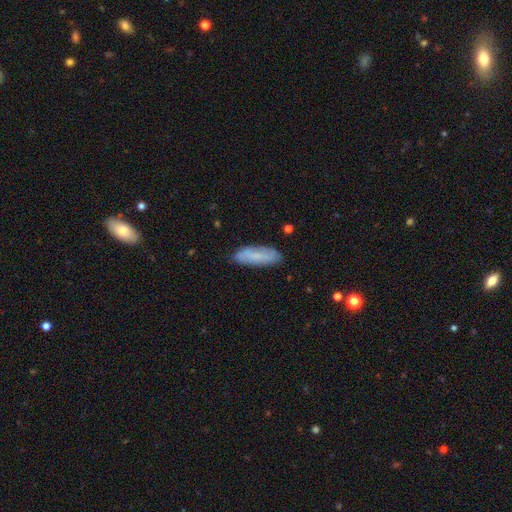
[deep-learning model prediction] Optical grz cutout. It shows a smooth galaxy with no disk features (72%) that is in between round and cigar-shaped (54%). Merging: none (81%).